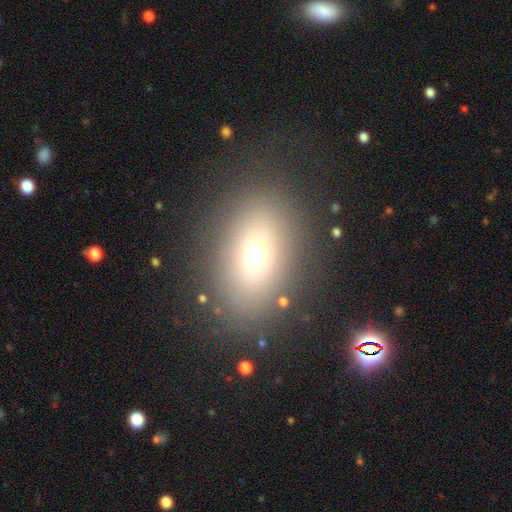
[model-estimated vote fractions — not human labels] A smooth galaxy with no disk features (64%) that is in between round and cigar-shaped (73%). Merging: none (80%).